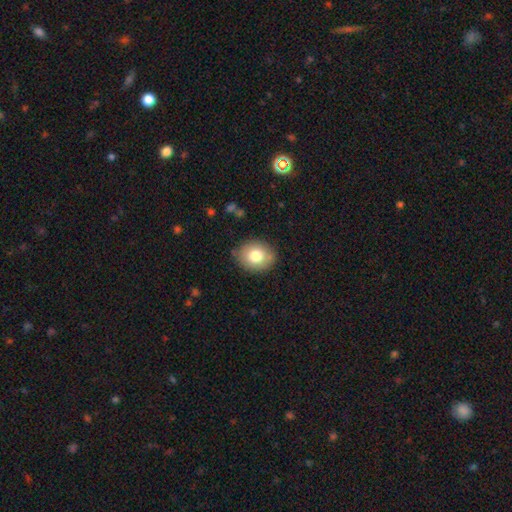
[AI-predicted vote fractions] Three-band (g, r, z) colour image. It shows a smooth galaxy with no disk features (78%) that is round (59%). Merging: none (84%).